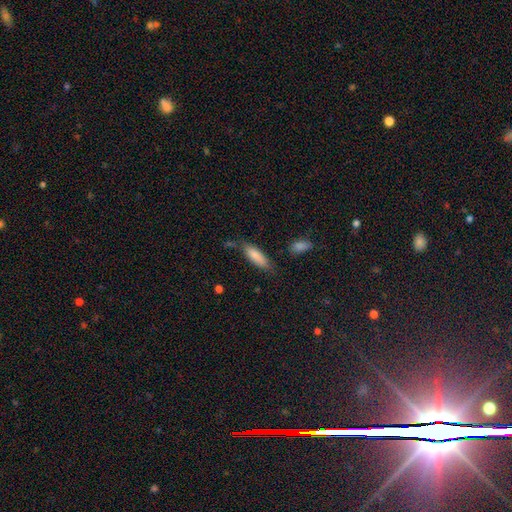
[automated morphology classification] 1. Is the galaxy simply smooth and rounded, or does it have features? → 84% smooth, 10% featured or disk, 7% star or artifact.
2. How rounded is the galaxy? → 54% in between, 45% cigar-shaped, 2% round.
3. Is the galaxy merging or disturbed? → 65% none, 23% minor disturbance, 6% major disturbance, 6% merger.